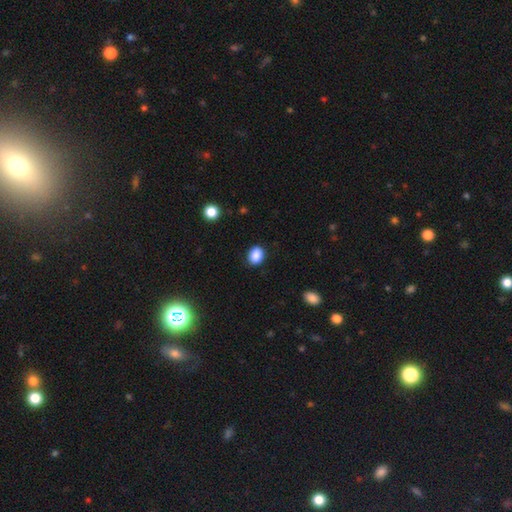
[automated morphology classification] smooth 88%, star or artifact 9%, featured or disk 3%. Down the decision tree: how rounded — in between (55%); merging — none (88%).